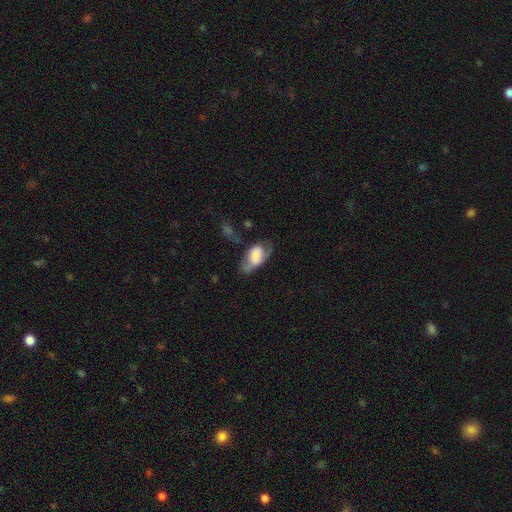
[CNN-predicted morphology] Q: Smooth or featured?
A: smooth (65%); runner-up: featured or disk (28%)
Q: How rounded?
A: in between (91%); runner-up: round (5%)
Q: Merging?
A: none (42%); runner-up: minor disturbance (32%)